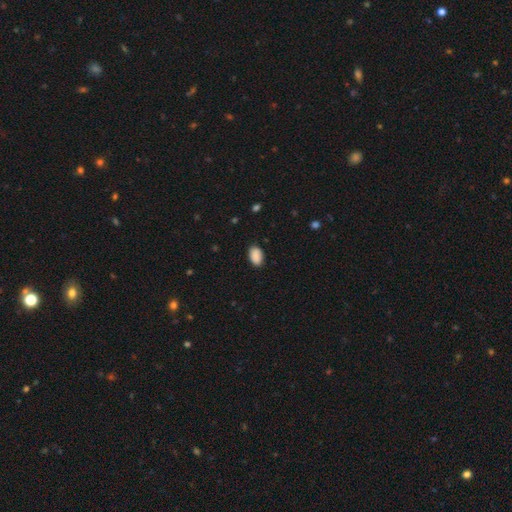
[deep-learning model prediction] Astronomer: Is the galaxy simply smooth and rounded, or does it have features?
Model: smooth — 90%.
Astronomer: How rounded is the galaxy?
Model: in between — 90%.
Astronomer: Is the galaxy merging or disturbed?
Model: none — 86%.